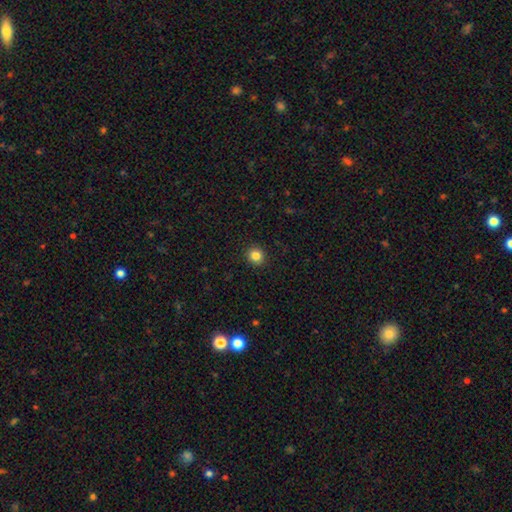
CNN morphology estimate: smooth-or-featured: smooth: 84% | star or artifact: 11% | featured or disk: 5%
  how-rounded: round: 91% | in between: 8% | cigar-shaped: 1%
  merging: none: 93% | minor disturbance: 5% | major disturbance: 2% | merger: 1%